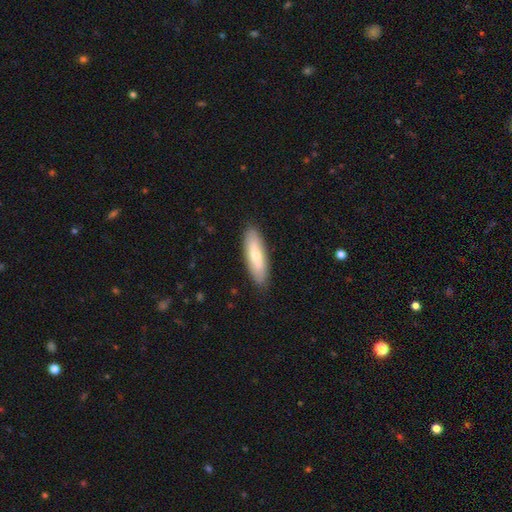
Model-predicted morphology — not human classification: Overall: smooth (70%). How rounded: cigar-shaped (55%; in between 43%). Merging: none (87%).